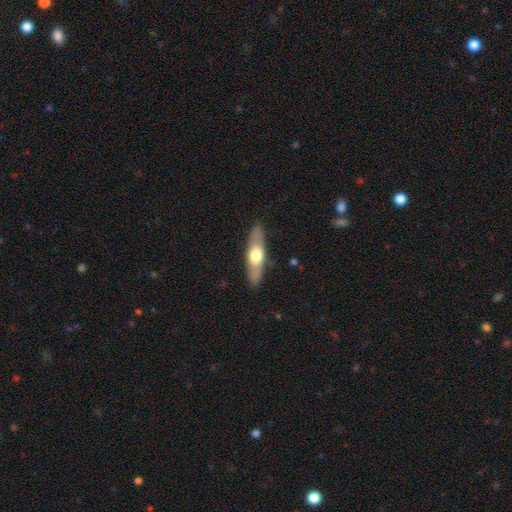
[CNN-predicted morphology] The model was most divided on "smooth or featured": featured or disk: 48%, smooth: 47%, star or artifact: 5%. More confident: merging — none (86%).